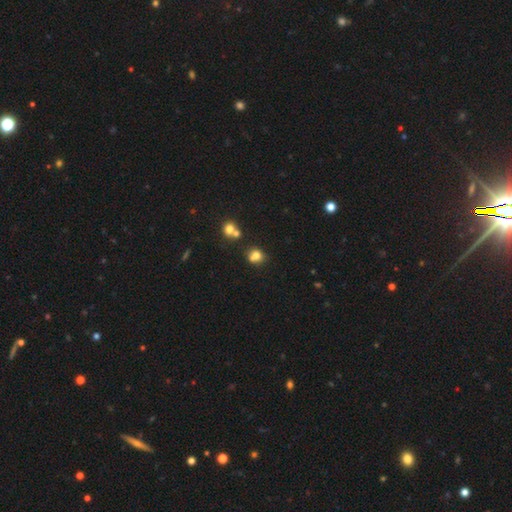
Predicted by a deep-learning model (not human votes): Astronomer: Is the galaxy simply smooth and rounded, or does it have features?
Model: smooth — 77%.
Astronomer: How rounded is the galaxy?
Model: round — 71%.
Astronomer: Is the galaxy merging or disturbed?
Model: none — 53% (runner-up: merger, 28%).